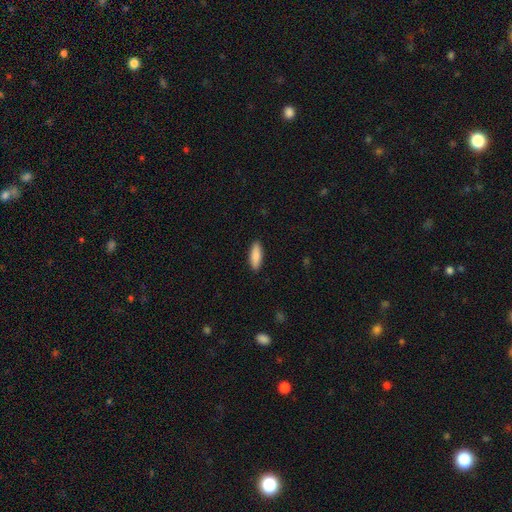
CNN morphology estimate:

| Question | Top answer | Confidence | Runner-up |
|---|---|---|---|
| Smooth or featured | smooth | 88% | featured or disk (6%) |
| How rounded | in between | 58% | cigar-shaped (41%) |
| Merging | none | 90% | minor disturbance (7%) |